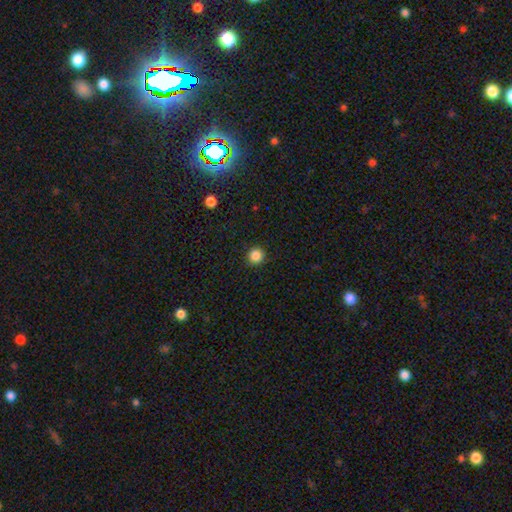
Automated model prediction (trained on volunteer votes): smooth 85%, star or artifact 11%, featured or disk 3%. Down the decision tree: how rounded — round (95%); merging — none (92%).